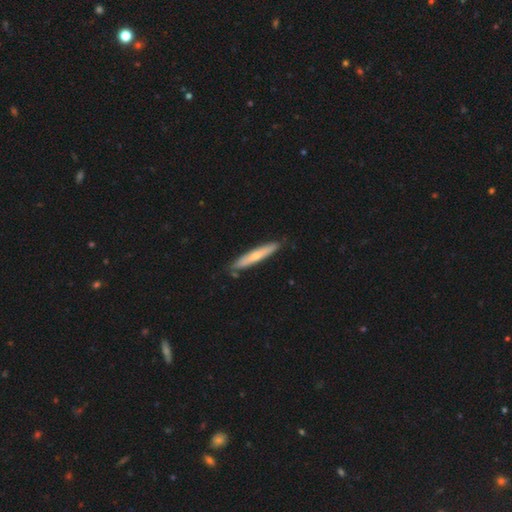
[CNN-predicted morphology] Overall: smooth (55%; featured or disk 40%). How rounded: cigar-shaped (92%). Merging: none (85%).